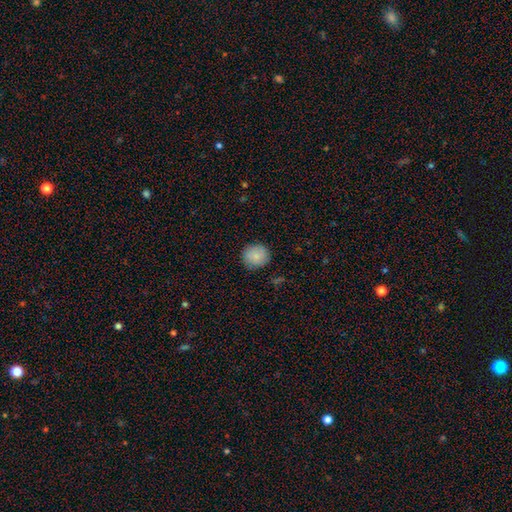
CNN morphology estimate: smooth_or_featured: smooth (p=0.86) [alt: star or artifact p=0.08]
how_rounded: round (p=0.88) [alt: in between p=0.11]
merging: none (p=0.87) [alt: minor disturbance p=0.09]